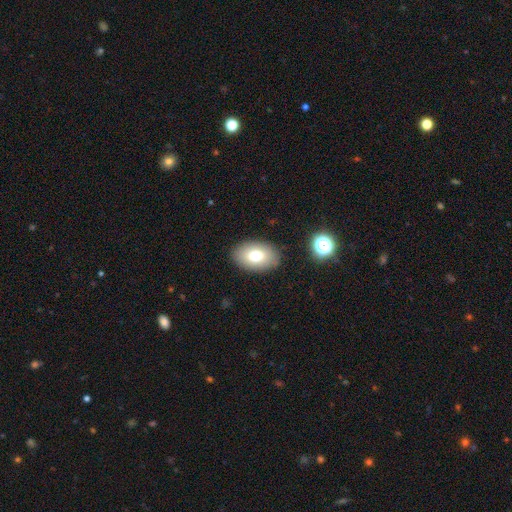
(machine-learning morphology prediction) smooth 76%, featured or disk 15%, star or artifact 9%. Down the decision tree: how rounded — in between (89%); merging — none (86%).